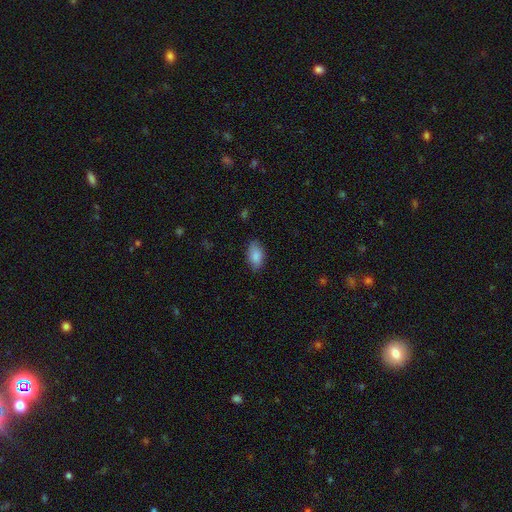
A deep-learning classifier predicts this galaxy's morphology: smooth 86%, featured or disk 7%, star or artifact 7%. Down the decision tree: how rounded — in between (92%); merging — none (81%).